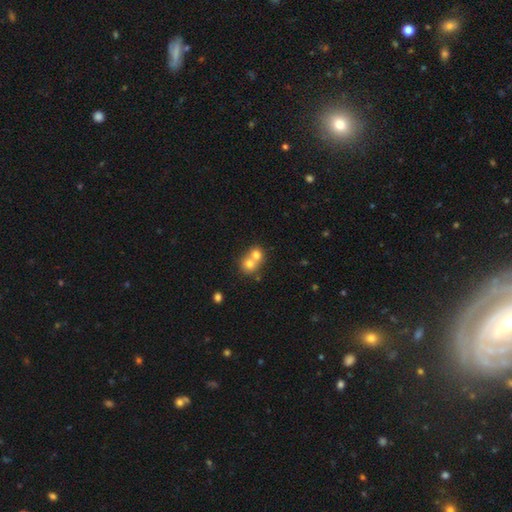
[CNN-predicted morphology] This appears to be a smooth galaxy with no disk features (73%) that is round (79%). Merging: merger (68%).